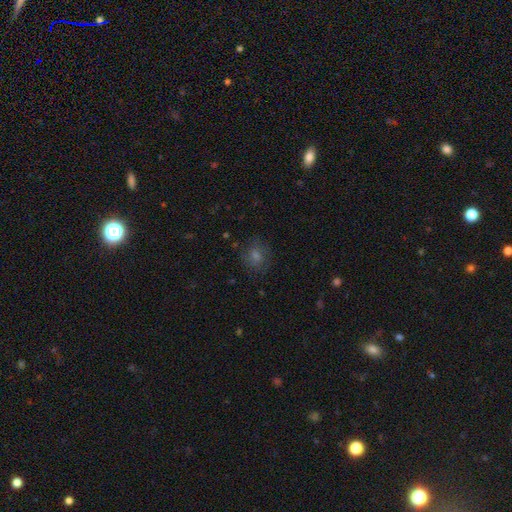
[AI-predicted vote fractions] smooth-or-featured: smooth: 55% | star or artifact: 28% | featured or disk: 17%
  how-rounded: round: 74% | in between: 25% | cigar-shaped: 1%
  merging: none: 81% | minor disturbance: 12% | major disturbance: 5% | merger: 1%